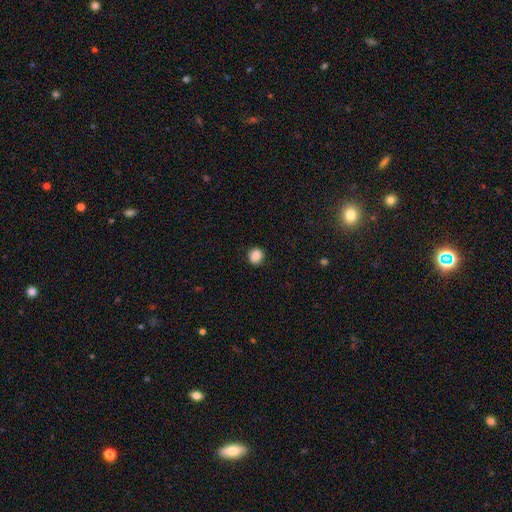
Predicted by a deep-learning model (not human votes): Smooth or featured? Predicted: smooth (p=0.87). How rounded? Predicted: round (p=0.85). Merging? Predicted: none (p=0.89).